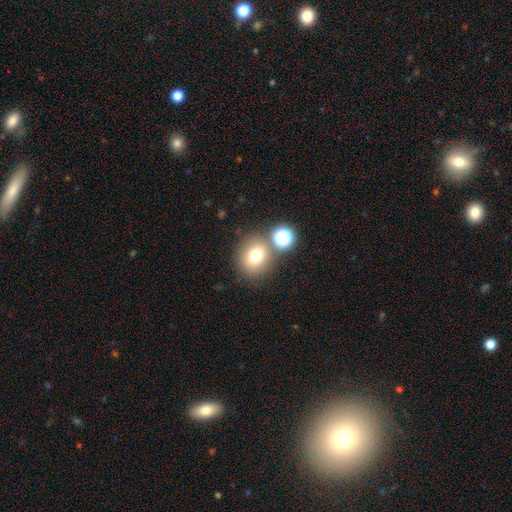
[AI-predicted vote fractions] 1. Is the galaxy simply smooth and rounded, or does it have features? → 73% smooth, 15% star or artifact, 12% featured or disk.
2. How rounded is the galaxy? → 77% round, 22% in between, 1% cigar-shaped.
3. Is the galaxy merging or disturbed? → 71% none, 14% merger, 11% minor disturbance, 4% major disturbance.